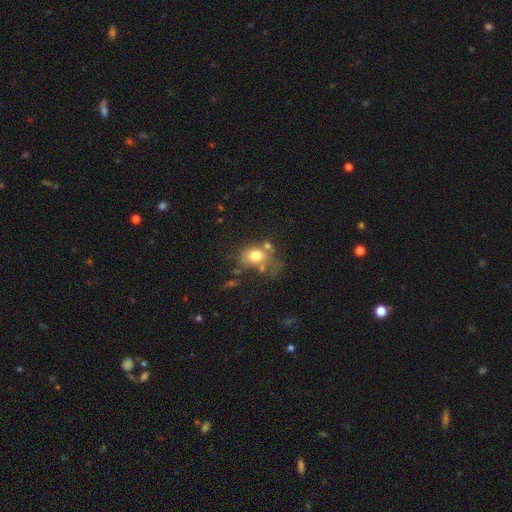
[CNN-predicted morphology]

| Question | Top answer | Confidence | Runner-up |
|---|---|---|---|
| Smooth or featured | smooth | 74% | featured or disk (16%) |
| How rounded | in between | 57% | round (42%) |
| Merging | none | 41% | minor disturbance (23%) |